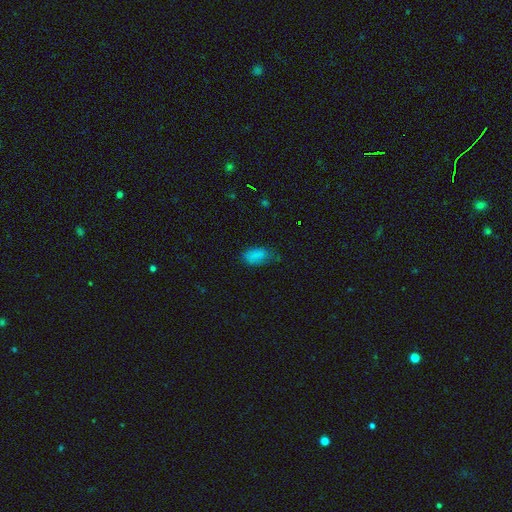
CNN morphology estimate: The model was most divided on "merging": none: 55%, minor disturbance: 33%, major disturbance: 11%, merger: 2%. More confident: how rounded — in between (93%); smooth or featured — smooth (83%).